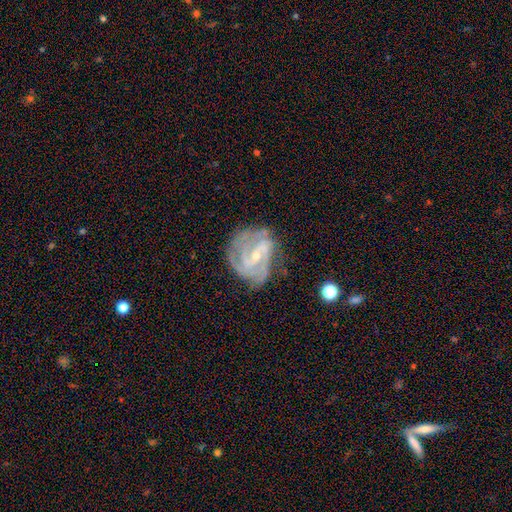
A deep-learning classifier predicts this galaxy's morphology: smooth-or-featured: featured or disk: 88% | smooth: 6% | star or artifact: 6%
  disk-edge-on: no: 97% | yes: 3%
    bar: weak: 47% | strong: 30% | no: 23%
    has-spiral-arms: yes: 96% | no: 4%
      spiral-winding: tight: 54% | medium: 38% | loose: 8%
      spiral-arm-count: 3: 34% | 2: 27% | can't tell: 18% | 4: 13% | more than 4: 5% | 1: 5%
    bulge-size: small: 67% | moderate: 30% | none: 2% | large: 1% | dominant: 1%
  merging: none: 64% | minor disturbance: 23% | major disturbance: 11% | merger: 2%